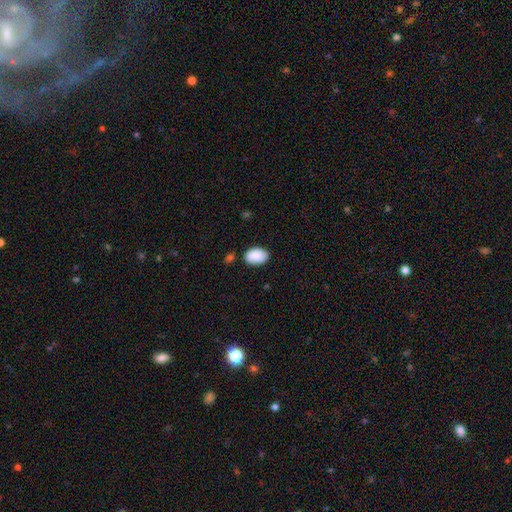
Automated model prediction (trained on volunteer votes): smooth_or_featured: smooth (p=0.89) [alt: star or artifact p=0.06]
how_rounded: in between (p=0.87) [alt: round p=0.12]
merging: none (p=0.79) [alt: minor disturbance p=0.15]